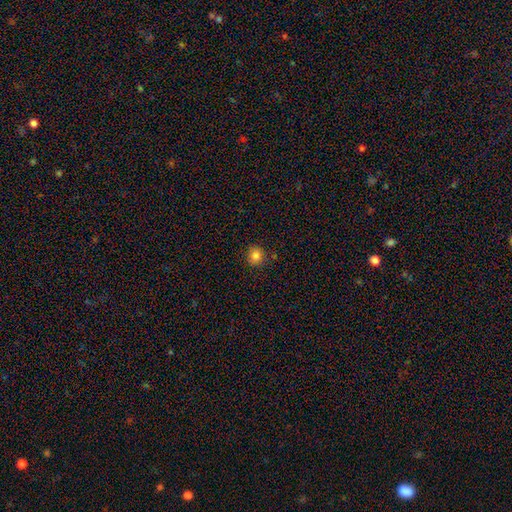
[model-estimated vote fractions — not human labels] Overall: smooth (83%). How rounded: round (87%). Merging: none (88%).